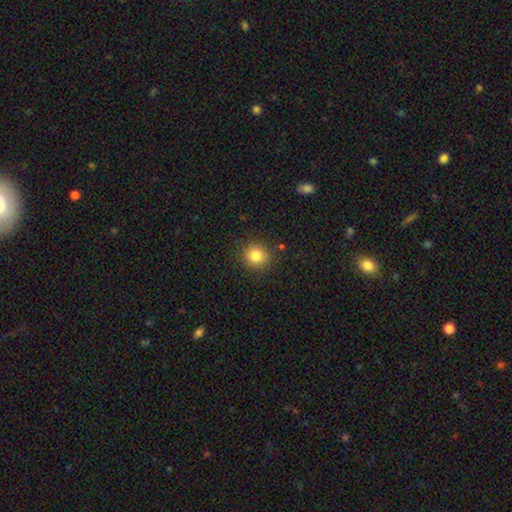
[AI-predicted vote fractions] smooth-or-featured: smooth: 83% | star or artifact: 11% | featured or disk: 6%
  how-rounded: round: 88% | in between: 11% | cigar-shaped: 1%
  merging: none: 88% | minor disturbance: 8% | major disturbance: 2% | merger: 2%